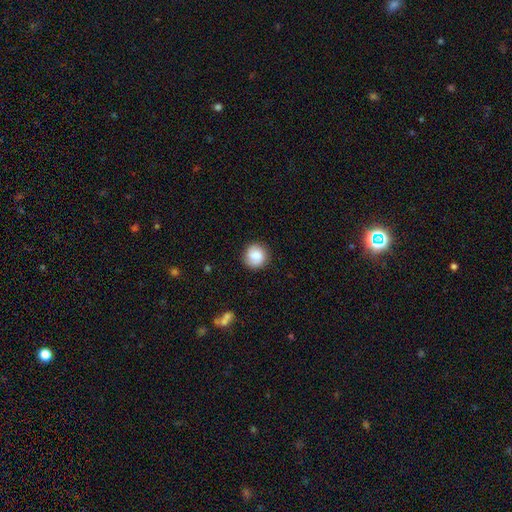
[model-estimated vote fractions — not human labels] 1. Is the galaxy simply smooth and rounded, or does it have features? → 81% smooth, 12% featured or disk, 8% star or artifact.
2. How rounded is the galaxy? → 91% round, 8% in between, 1% cigar-shaped.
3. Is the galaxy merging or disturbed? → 84% none, 11% minor disturbance, 3% major disturbance, 1% merger.